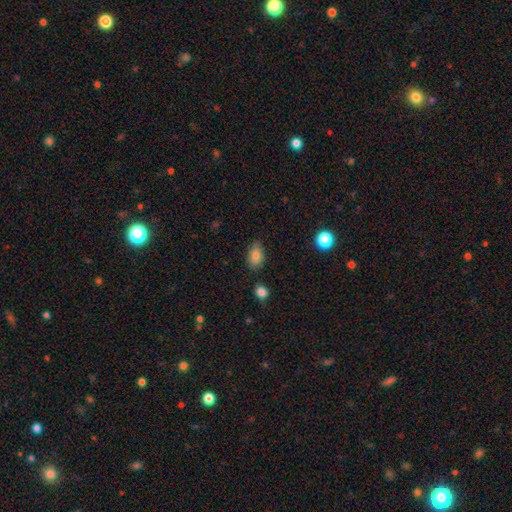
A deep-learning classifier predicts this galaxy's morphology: This is clearly a smooth galaxy (83%). How rounded: clearly in between (87%). Merging: likely none (76%).